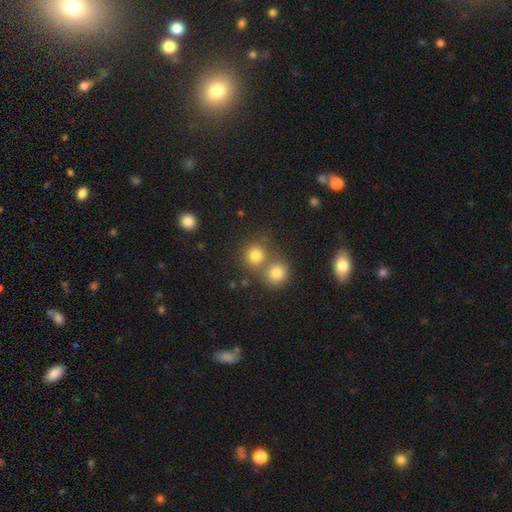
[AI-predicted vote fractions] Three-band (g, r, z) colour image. It shows a smooth galaxy with no disk features (79%) that is round (86%). Merging: none (55%).